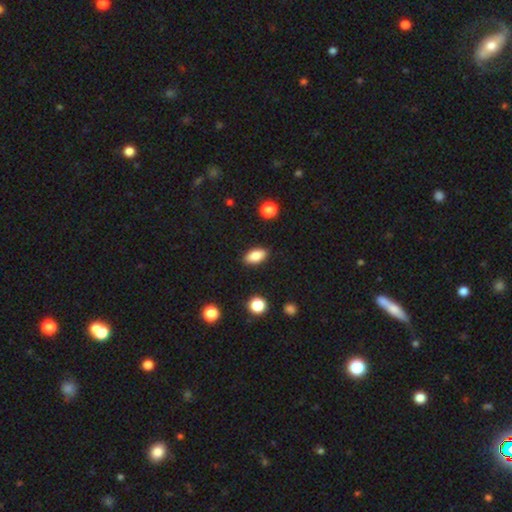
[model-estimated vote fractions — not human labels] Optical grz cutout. It shows a smooth galaxy with no disk features (83%) that is in between round and cigar-shaped (89%). Merging: none (87%).